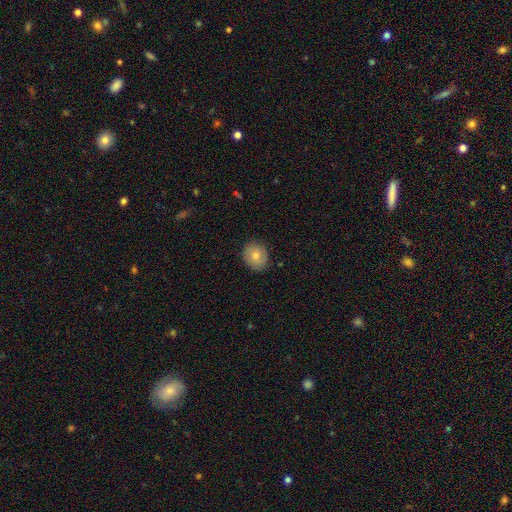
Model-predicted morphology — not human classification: This is likely a smooth galaxy (75%). How rounded: likely round (68%). Merging: clearly none (86%).